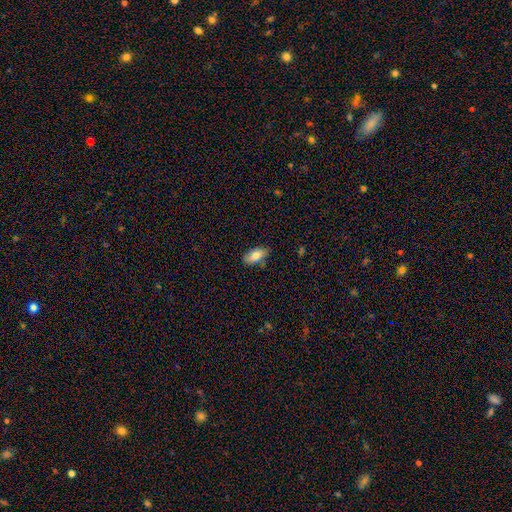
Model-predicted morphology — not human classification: A smooth galaxy with no disk features (80%) that is in between round and cigar-shaped (88%). Merging: none (80%).